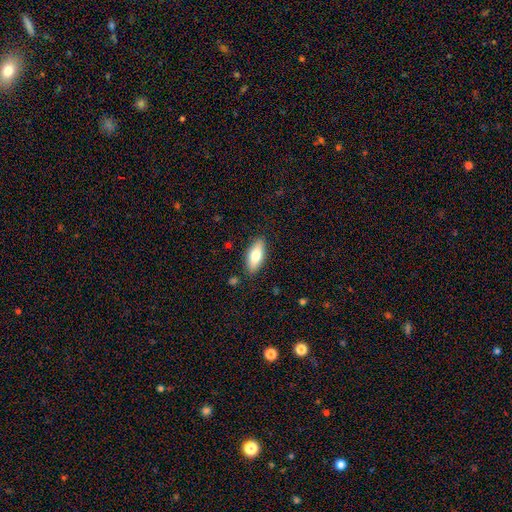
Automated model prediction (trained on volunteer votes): This appears to be a smooth galaxy with no disk features (73%) that is in between round and cigar-shaped (77%). Merging: none (87%).